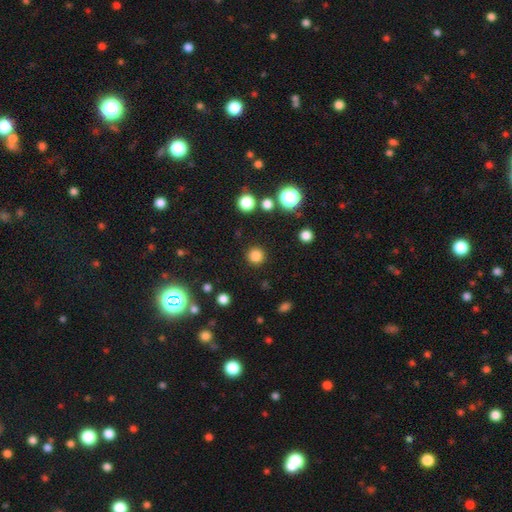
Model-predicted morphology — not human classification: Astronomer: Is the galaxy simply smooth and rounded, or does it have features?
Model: smooth — 81%.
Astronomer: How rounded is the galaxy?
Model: round — 95%.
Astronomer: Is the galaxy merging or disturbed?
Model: none — 90%.